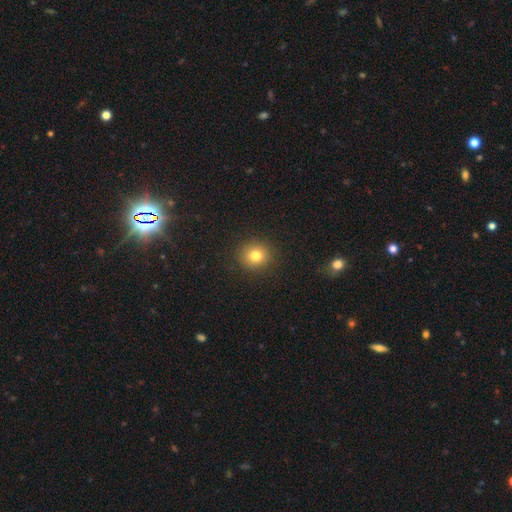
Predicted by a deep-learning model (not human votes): Q: Smooth or featured?
A: smooth (79%); runner-up: star or artifact (13%)
Q: How rounded?
A: round (85%); runner-up: in between (14%)
Q: Merging?
A: none (90%); runner-up: minor disturbance (6%)